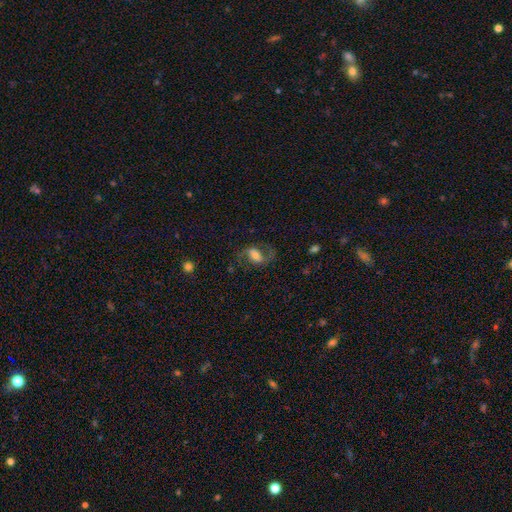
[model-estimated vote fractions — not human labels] Q: Smooth or featured?
A: featured or disk (59%); runner-up: smooth (31%)
Q: Edge-on disk?
A: no (95%); runner-up: yes (5%)
Q: Bar?
A: weak (41%); runner-up: strong (34%)
Q: Spiral arms?
A: yes (88%); runner-up: no (12%)
Q: Bulge size?
A: moderate (42%); runner-up: large (25%)
Q: Merging?
A: none (61%); runner-up: major disturbance (19%)